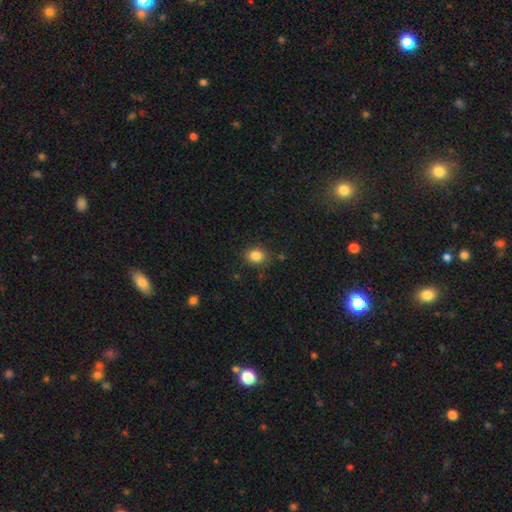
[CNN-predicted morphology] type=smooth (85%); roundness=in between (53%); merging=none (82%).